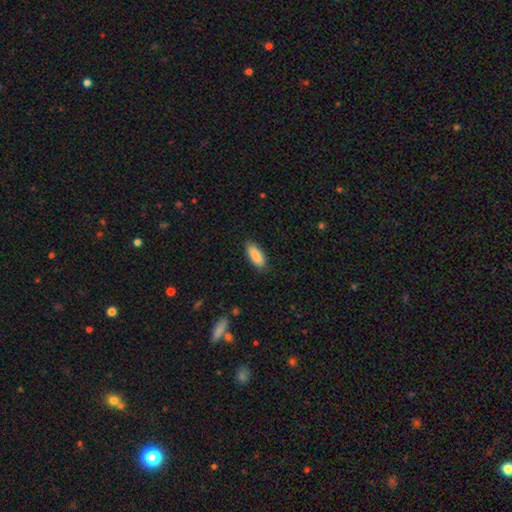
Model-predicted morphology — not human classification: A smooth galaxy with no disk features (88%) that is in between round and cigar-shaped (76%). Merging: none (86%).